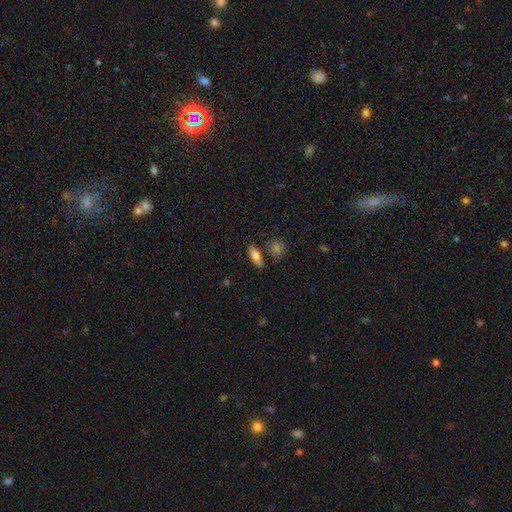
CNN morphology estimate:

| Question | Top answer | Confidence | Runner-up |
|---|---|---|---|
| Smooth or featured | smooth | 77% | featured or disk (16%) |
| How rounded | in between | 72% | cigar-shaped (25%) |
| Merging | none | 77% | minor disturbance (12%) |